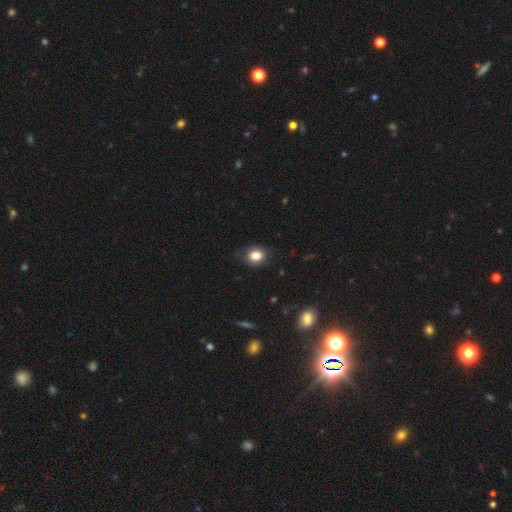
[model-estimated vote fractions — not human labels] Q: Smooth or featured?
A: smooth (83%); runner-up: star or artifact (10%)
Q: How rounded?
A: in between (52%); runner-up: round (47%)
Q: Merging?
A: none (72%); runner-up: minor disturbance (21%)